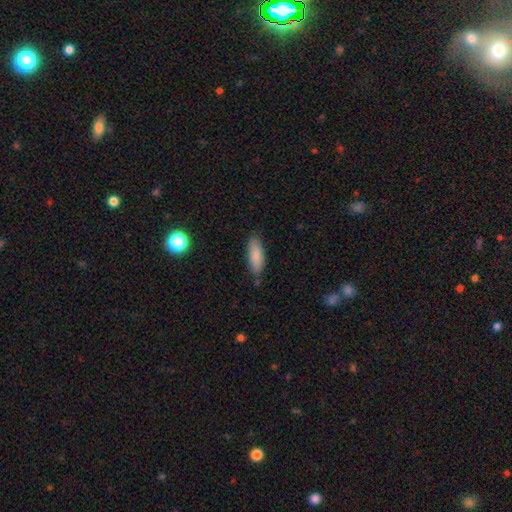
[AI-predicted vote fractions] Smooth or featured? Predicted: smooth (p=0.86). How rounded? Predicted: in between (p=0.65). Merging? Predicted: none (p=0.81).